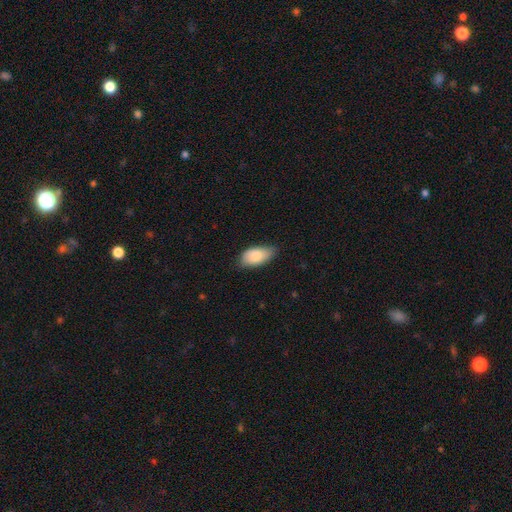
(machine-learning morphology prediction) Overall: smooth (84%). How rounded: in between (93%). Merging: none (71%).